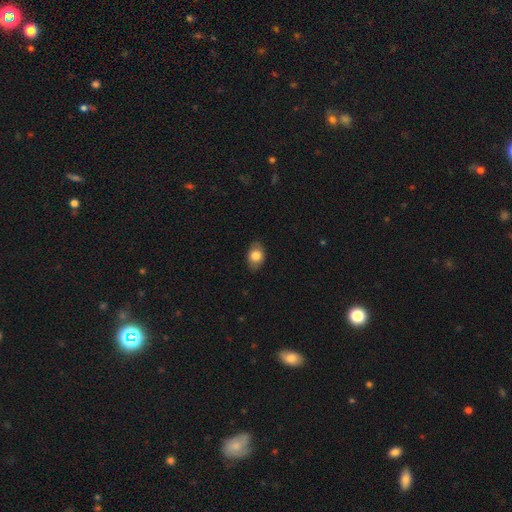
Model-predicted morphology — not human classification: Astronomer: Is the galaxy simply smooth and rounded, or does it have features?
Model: smooth — 80%.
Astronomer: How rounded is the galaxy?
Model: in between — 75%.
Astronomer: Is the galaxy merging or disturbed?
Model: none — 82%.